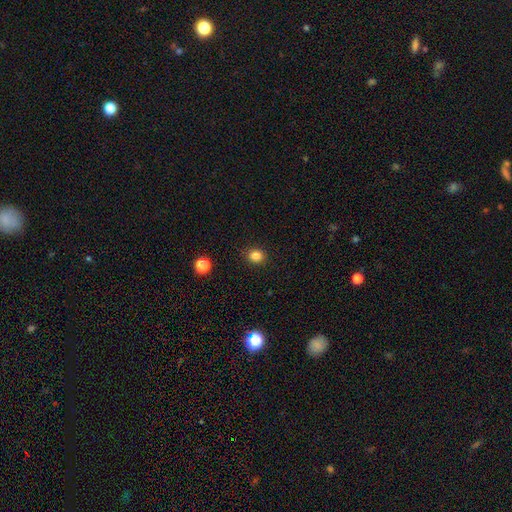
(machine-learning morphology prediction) This appears to be a smooth galaxy with no disk features (84%) that is round (75%). Merging: none (90%).